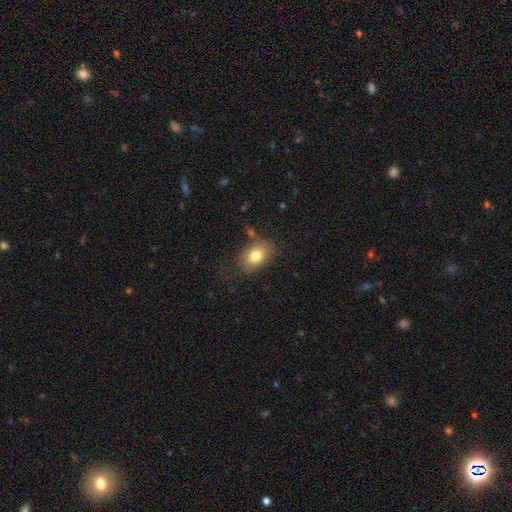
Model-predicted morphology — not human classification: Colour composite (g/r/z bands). It shows a smooth galaxy with no disk features (79%) that is in between round and cigar-shaped (77%). Merging: none (73%).